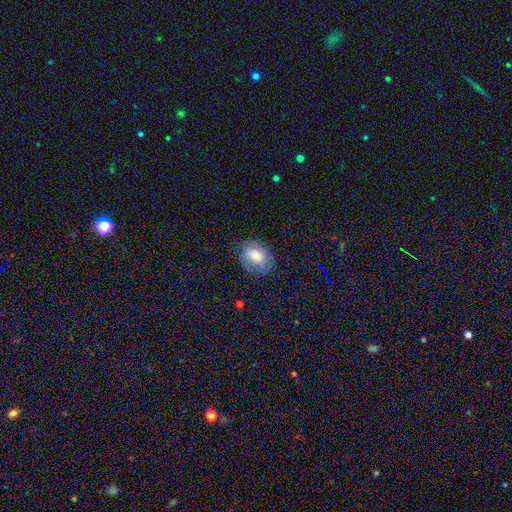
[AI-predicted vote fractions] The model was most divided on "merging": none: 71%, minor disturbance: 21%, major disturbance: 7%, merger: 1%. More confident: how rounded — in between (75%); smooth or featured — smooth (73%).